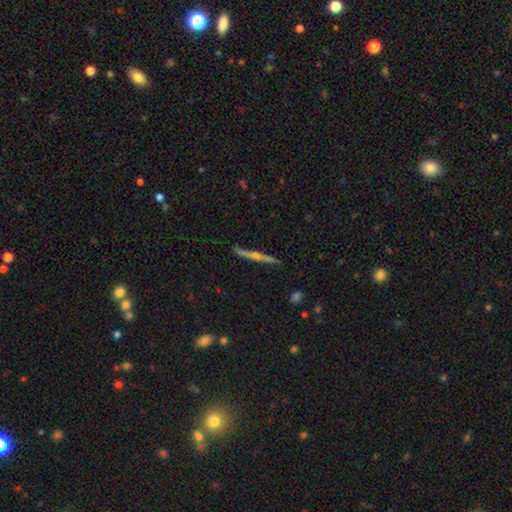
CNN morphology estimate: Smooth or featured?
  - featured or disk: 62% *
  - smooth: 30%
  - star or artifact: 8%
Edge-on disk?
  - yes: 96% *
  - no: 4%
Edge-on bulge?
  - rounded: 56% *
  - none: 34%
  - boxy: 10%
Merging?
  - none: 85% *
  - minor disturbance: 11%
  - major disturbance: 2%
  - merger: 2%